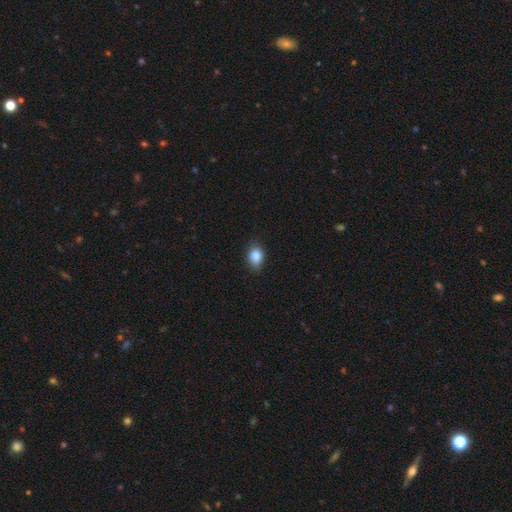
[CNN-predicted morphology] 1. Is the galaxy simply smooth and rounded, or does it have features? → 84% smooth, 9% star or artifact, 7% featured or disk.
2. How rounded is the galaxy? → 66% in between, 32% round, 2% cigar-shaped.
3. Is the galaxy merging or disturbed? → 80% none, 16% minor disturbance, 3% major disturbance, 1% merger.